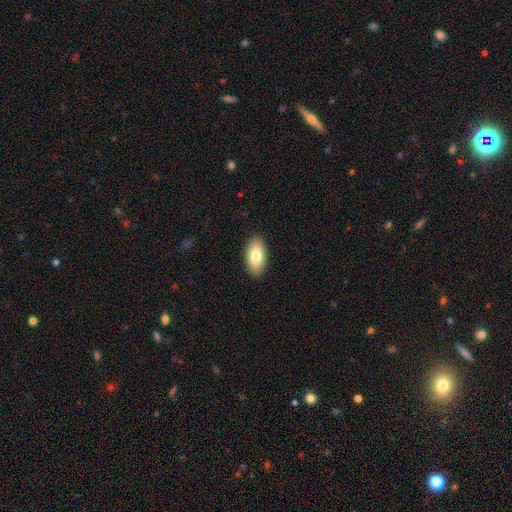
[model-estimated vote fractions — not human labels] Smooth or featured? Predicted: smooth (p=0.81). How rounded? Predicted: in between (p=0.94). Merging? Predicted: none (p=0.90).